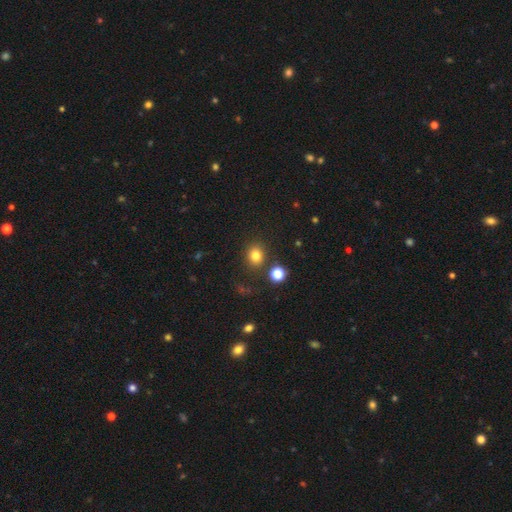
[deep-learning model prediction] This is likely a smooth galaxy (80%). How rounded: likely round (69%). Merging: clearly none (81%).